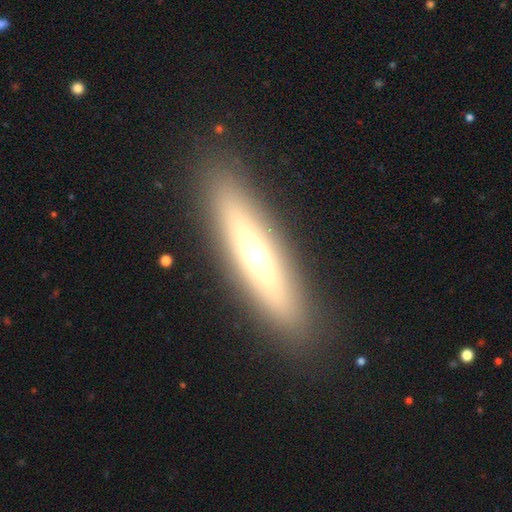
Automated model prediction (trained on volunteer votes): The model was most divided on "smooth or featured": smooth: 48%, featured or disk: 44%, star or artifact: 8%. More confident: merging — none (89%).